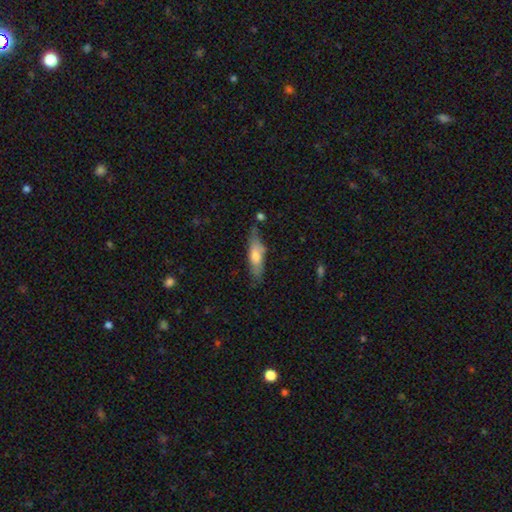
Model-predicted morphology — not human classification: Overall: smooth (64%; featured or disk 30%). How rounded: cigar-shaped (50%; in between 48%). Merging: none (61%; minor disturbance 26%).